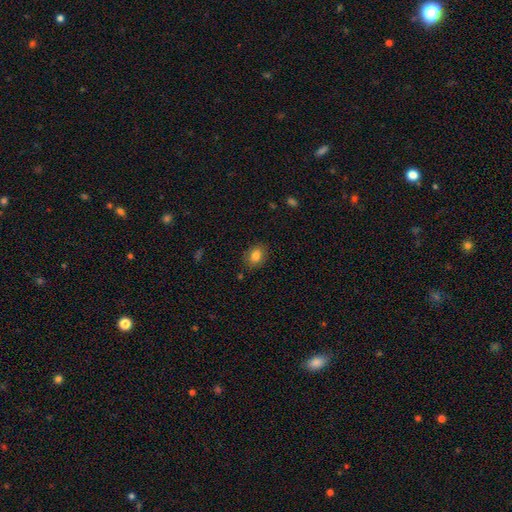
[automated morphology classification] This is clearly a smooth galaxy (83%). How rounded: possibly in between (54%). Merging: clearly none (84%).